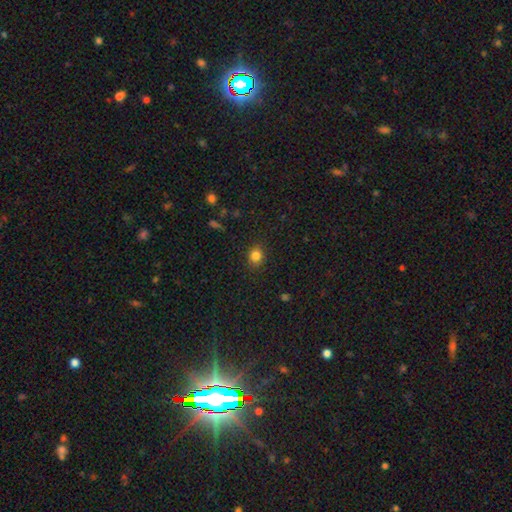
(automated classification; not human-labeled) The model was most divided on "how rounded": round: 75%, in between: 24%, cigar-shaped: 1%. More confident: merging — none (89%); smooth or featured — smooth (83%).